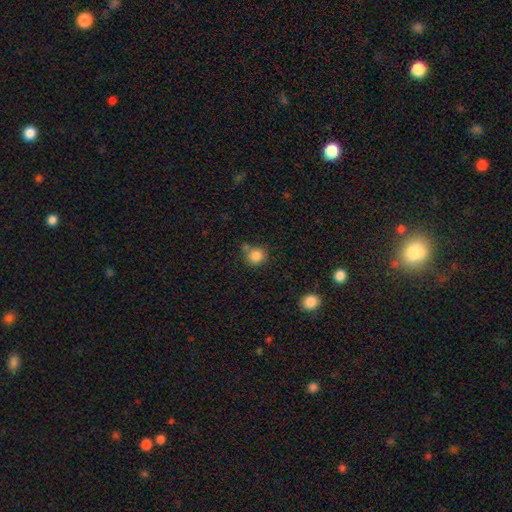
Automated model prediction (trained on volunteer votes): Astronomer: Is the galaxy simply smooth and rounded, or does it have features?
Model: smooth — 85%.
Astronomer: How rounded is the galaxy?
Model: round — 84%.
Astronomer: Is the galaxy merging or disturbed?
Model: none — 63%.